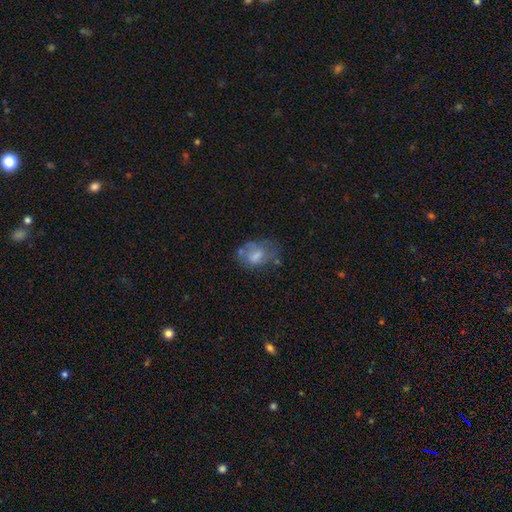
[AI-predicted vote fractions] Morphology: type=smooth (59%); roundness=in between (78%); merging=none (40%).